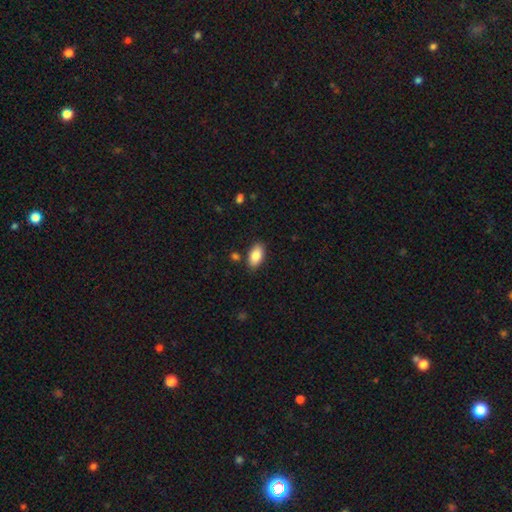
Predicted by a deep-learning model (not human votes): Smooth or featured? Predicted: smooth (p=0.84). How rounded? Predicted: in between (p=0.94). Merging? Predicted: none (p=0.85).